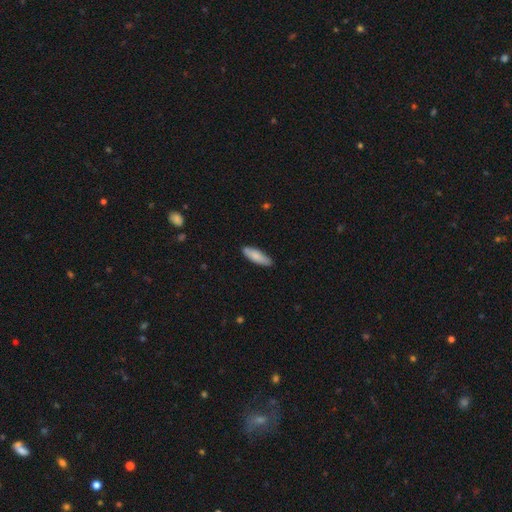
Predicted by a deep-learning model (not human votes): A smooth galaxy with no disk features (82%) that is cigar-shaped (51%).

Vote fractions:
- Smooth or featured? smooth: 82% / featured or disk: 13% / star or artifact: 5%
- How rounded? cigar-shaped: 51% / in between: 48% / round: 2%
- Merging? none: 85% / minor disturbance: 12% / major disturbance: 2% / merger: 1%